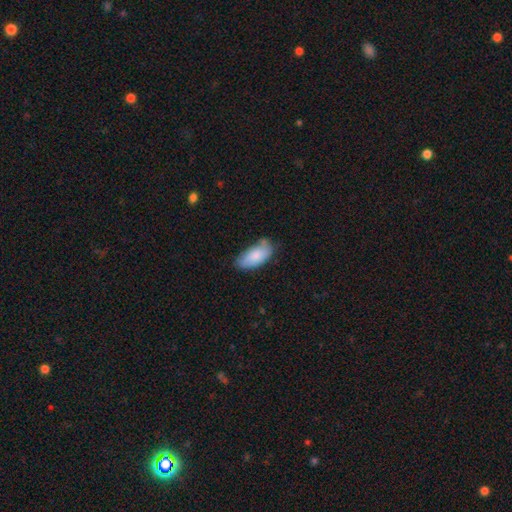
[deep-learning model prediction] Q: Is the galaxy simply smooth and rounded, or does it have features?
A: smooth — 81%.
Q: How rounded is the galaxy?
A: in between — 91%.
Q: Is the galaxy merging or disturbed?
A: none — 61%.